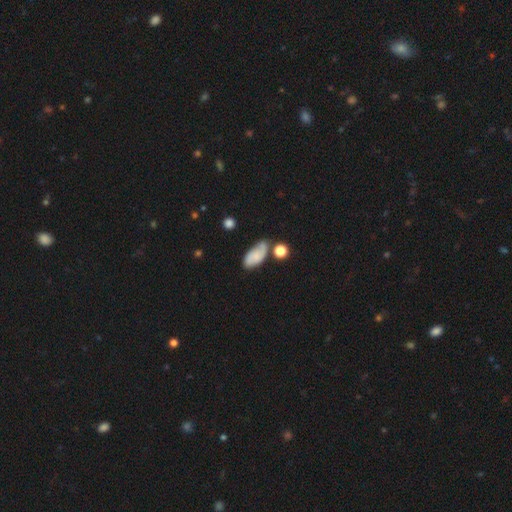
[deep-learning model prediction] smooth 63%, featured or disk 28%, star or artifact 9%. Down the decision tree: how rounded — in between (89%); merging — none (53%).